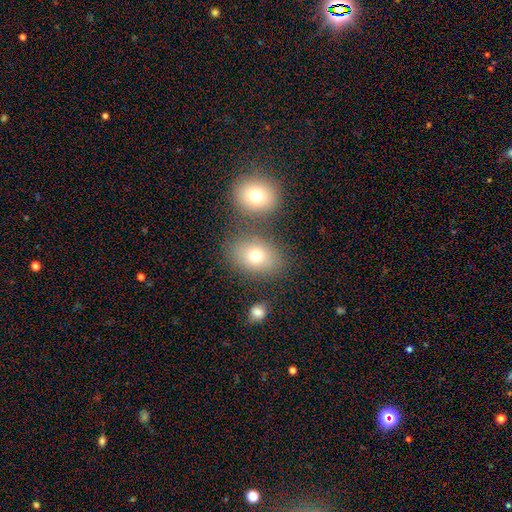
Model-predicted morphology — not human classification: Smooth or featured? smooth (74%)
How rounded? in between (63%)
Merging? none (69%)